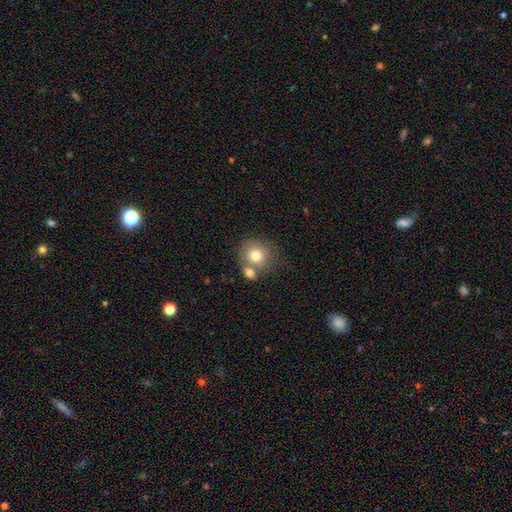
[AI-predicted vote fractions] This is likely a smooth galaxy (77%). How rounded: clearly round (83%). Merging: possibly none (50%).